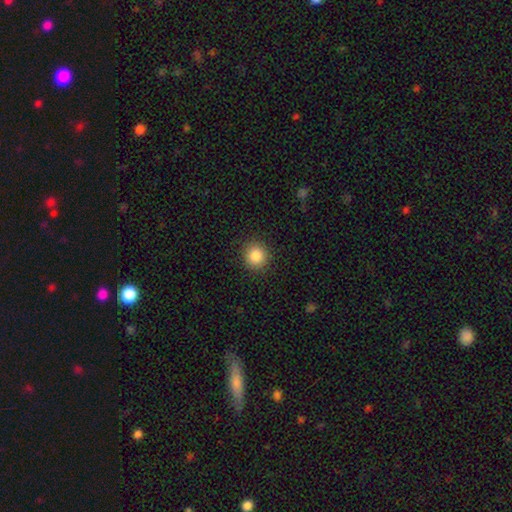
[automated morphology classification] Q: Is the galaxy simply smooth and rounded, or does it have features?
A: smooth — 86%.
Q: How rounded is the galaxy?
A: round — 90%.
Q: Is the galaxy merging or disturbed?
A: none — 90%.